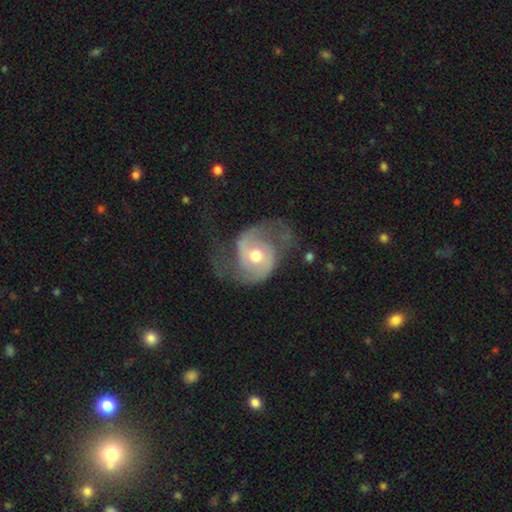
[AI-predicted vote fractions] This appears to be a featured or disk galaxy (83%) with no bar (64%), 2 (84%) medium (46%) spiral arms (92%) and a moderate central bulge (76%). Merging: none (50%).